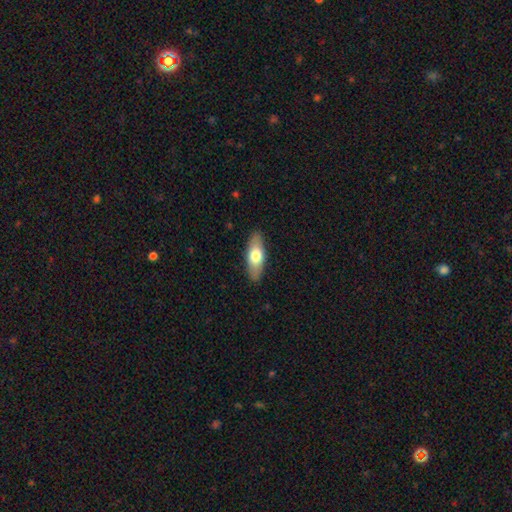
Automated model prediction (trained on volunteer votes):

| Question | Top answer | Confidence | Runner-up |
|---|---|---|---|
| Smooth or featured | smooth | 66% | featured or disk (28%) |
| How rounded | in between | 76% | cigar-shaped (21%) |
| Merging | none | 88% | minor disturbance (9%) |